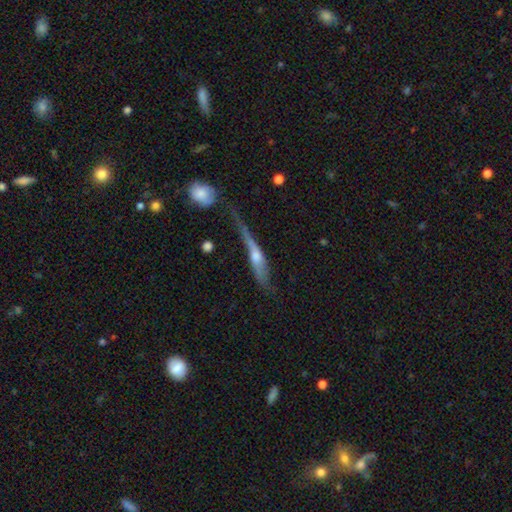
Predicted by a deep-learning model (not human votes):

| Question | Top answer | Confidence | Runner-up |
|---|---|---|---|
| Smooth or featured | featured or disk | 60% | smooth (32%) |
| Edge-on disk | yes | 81% | no (19%) |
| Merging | none | 34% | major disturbance (29%) |